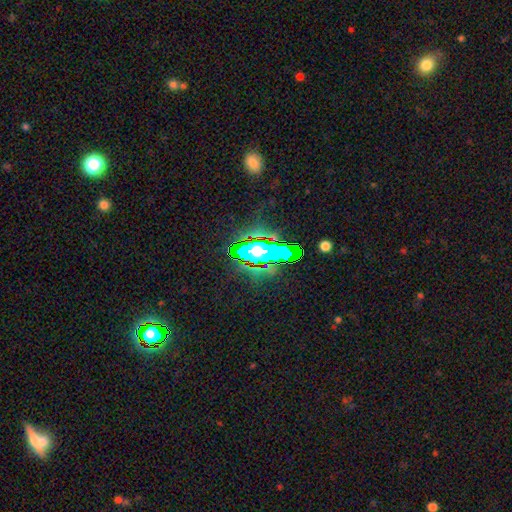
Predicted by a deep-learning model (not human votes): Smooth or featured: star or artifact — 77% (smooth — 12%)